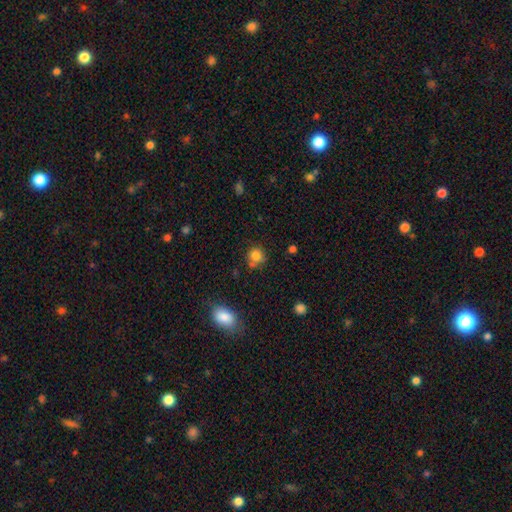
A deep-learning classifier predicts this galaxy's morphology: type=smooth (81%); roundness=round (83%); merging=none (63%).